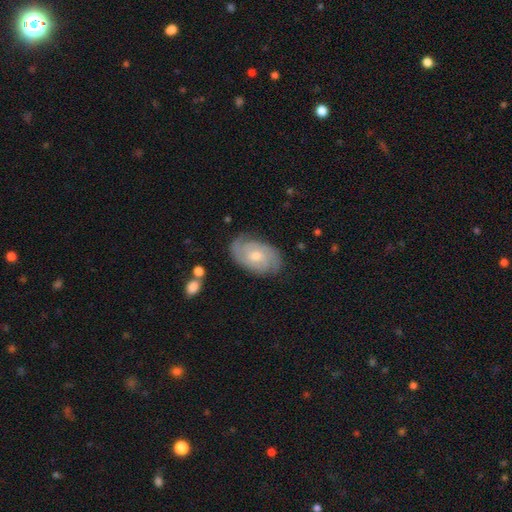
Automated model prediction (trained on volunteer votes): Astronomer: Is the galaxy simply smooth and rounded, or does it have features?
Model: featured or disk — 79%.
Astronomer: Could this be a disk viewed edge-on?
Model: no — 96%.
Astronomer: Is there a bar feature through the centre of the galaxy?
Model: no — 64%.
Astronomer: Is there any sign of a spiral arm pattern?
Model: yes — 95%.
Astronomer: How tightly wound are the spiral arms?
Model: tight — 66%.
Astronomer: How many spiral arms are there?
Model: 2 — 58%.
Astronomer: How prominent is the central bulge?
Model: moderate — 55% (runner-up: small, 39%).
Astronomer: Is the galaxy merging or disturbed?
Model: none — 79%.